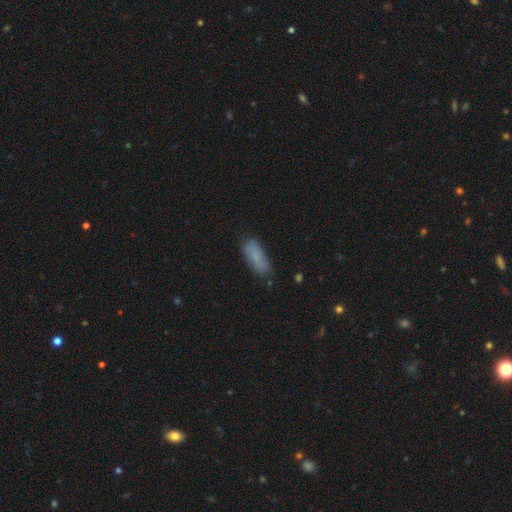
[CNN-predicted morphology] This is clearly a smooth galaxy (83%). How rounded: likely in between (65%). Merging: likely none (76%).